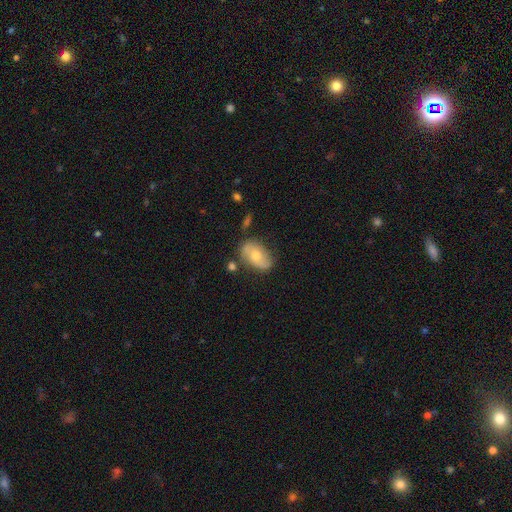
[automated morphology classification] A smooth galaxy with no disk features (52%) that is in between round and cigar-shaped (89%).

Vote fractions:
- Smooth or featured? smooth: 52% / featured or disk: 41% / star or artifact: 7%
- How rounded? in between: 89% / round: 9% / cigar-shaped: 2%
- Merging? none: 66% / minor disturbance: 23% / major disturbance: 6% / merger: 5%